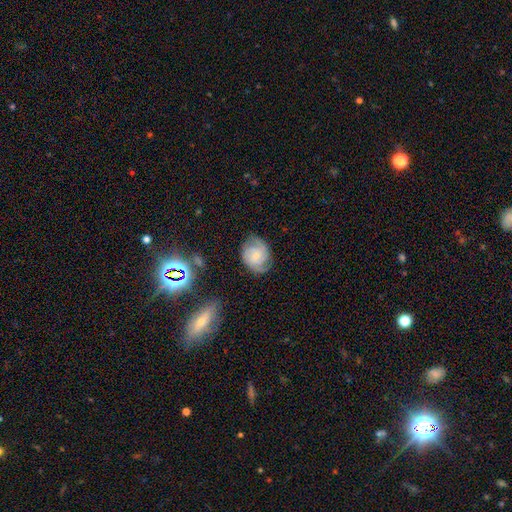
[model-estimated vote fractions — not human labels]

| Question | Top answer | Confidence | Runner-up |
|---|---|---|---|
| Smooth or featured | featured or disk | 71% | smooth (21%) |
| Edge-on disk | no | 98% | yes (2%) |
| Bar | no | 66% | weak (29%) |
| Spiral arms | yes | 94% | no (6%) |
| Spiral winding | tight | 50% | medium (40%) |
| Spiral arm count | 2 | 46% | 3 (24%) |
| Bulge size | small | 64% | moderate (26%) |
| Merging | none | 72% | minor disturbance (20%) |